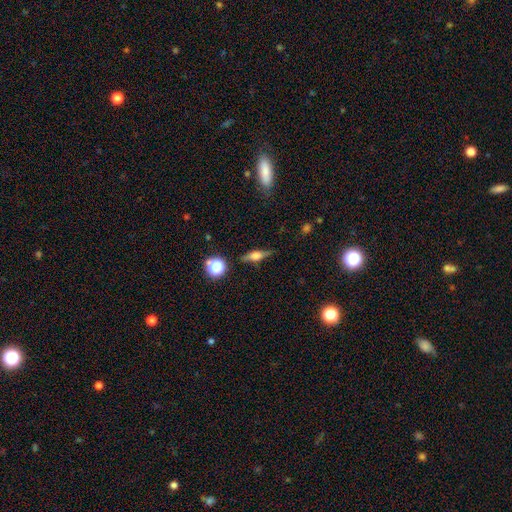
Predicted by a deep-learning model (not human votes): Smooth or featured? featured or disk (50%)
Merging? none (81%)